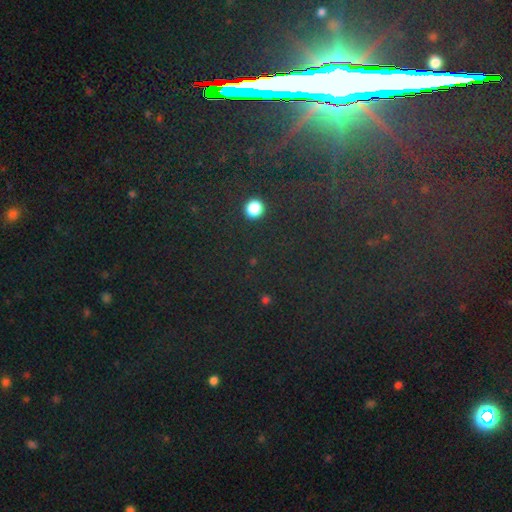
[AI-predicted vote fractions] Smooth or featured?
  - star or artifact: 80% *
  - smooth: 10%
  - featured or disk: 10%